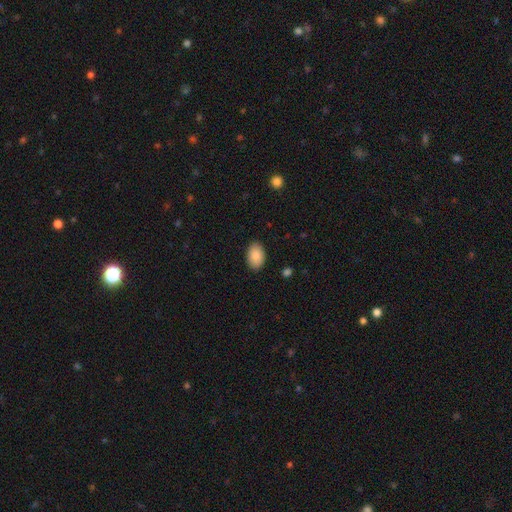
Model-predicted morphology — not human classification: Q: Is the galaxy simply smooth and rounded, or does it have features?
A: smooth — 88%.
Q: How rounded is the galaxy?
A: in between — 90%.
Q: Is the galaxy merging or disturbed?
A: none — 89%.